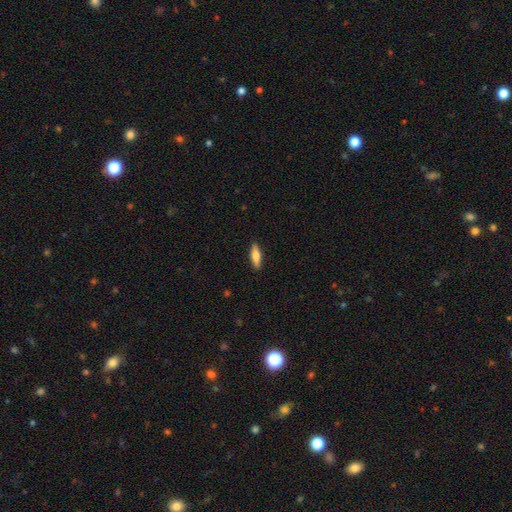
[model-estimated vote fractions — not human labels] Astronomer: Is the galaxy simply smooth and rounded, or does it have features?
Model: smooth — 68%.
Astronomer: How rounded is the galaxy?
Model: cigar-shaped — 58% (runner-up: in between, 40%).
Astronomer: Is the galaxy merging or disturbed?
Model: none — 90%.